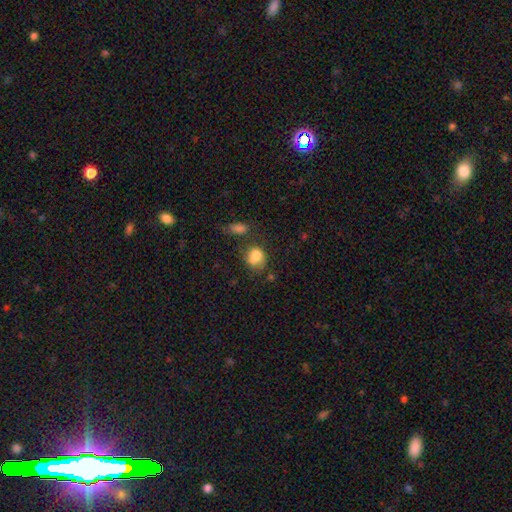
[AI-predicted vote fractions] This is likely a smooth galaxy (75%). How rounded: possibly in between (50%). Merging: marginally none (38%).